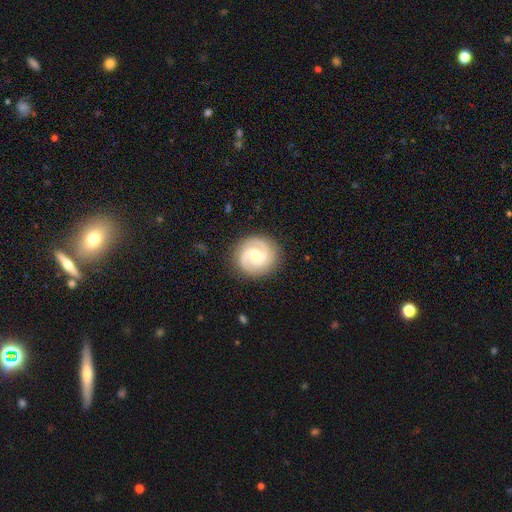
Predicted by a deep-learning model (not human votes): A featured or disk galaxy (87%) with a weak bar (47%), 2 (88%) medium (53%) spiral arms (98%) and a moderate central bulge (55%). Merging: none (86%).